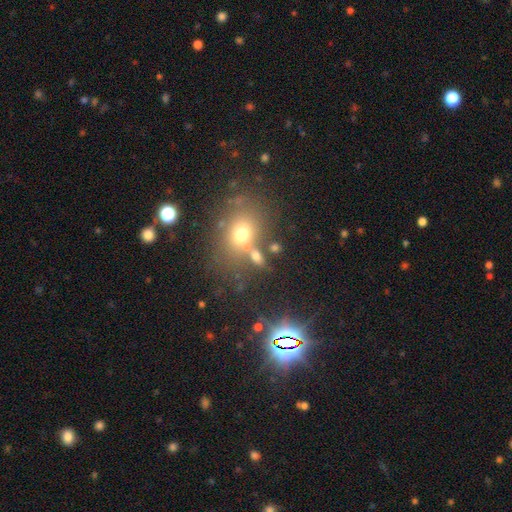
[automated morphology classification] The model was most divided on "how rounded": in between: 61%, round: 35%, cigar-shaped: 4%. More confident: smooth or featured — smooth (66%); merging — none (57%).